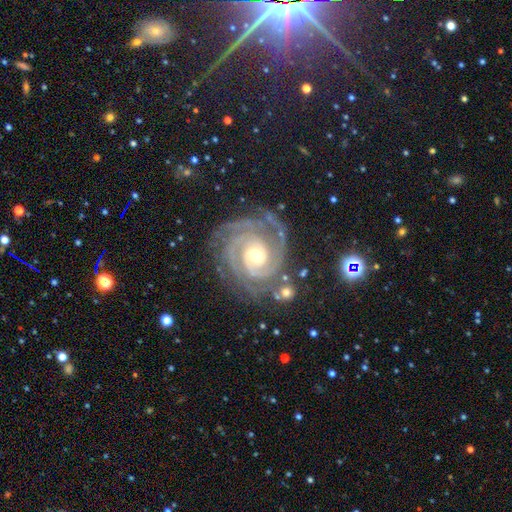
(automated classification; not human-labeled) This appears to be a featured or disk galaxy (92%) with no bar (68%), 3 (36%) tight (79%) spiral arms (99%) and a moderate central bulge (63%). Merging: none (74%).